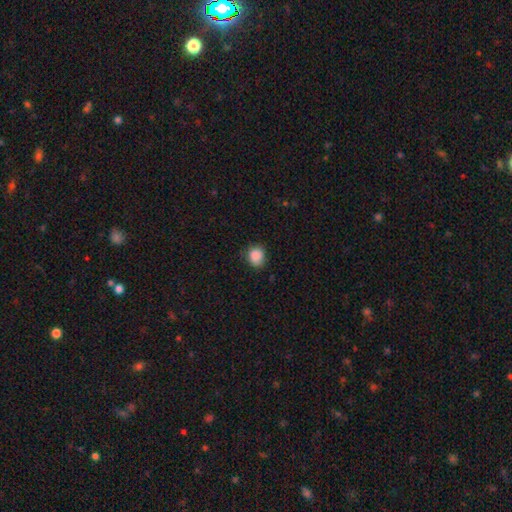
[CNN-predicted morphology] Smooth or featured?
  - smooth: 88% *
  - star or artifact: 8%
  - featured or disk: 4%
How rounded?
  - round: 71% *
  - in between: 29%
  - cigar-shaped: 1%
Merging?
  - none: 73% *
  - minor disturbance: 22%
  - major disturbance: 4%
  - merger: 1%